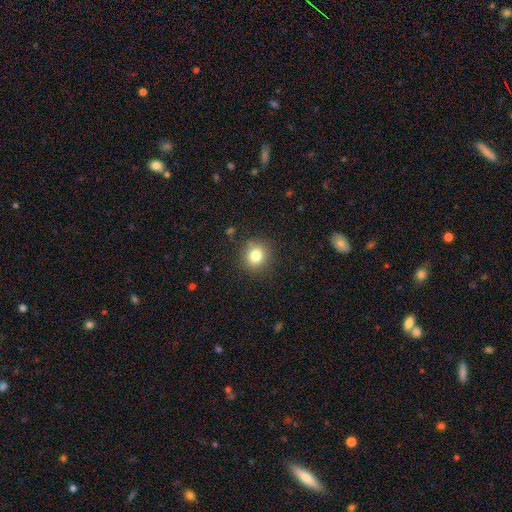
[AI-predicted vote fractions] Smooth or featured? smooth (80%)
How rounded? round (83%)
Merging? none (87%)